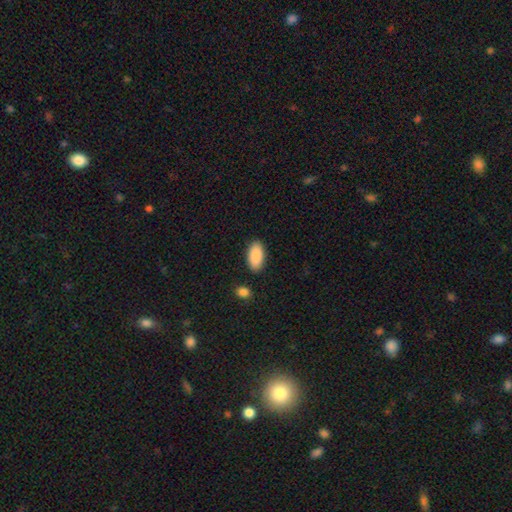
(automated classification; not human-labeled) Morphology: type=smooth (90%); roundness=in between (94%); merging=none (87%).